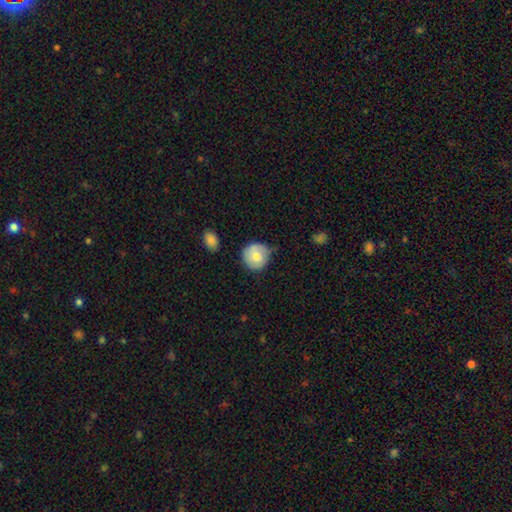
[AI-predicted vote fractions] Smooth or featured: smooth — 72% (featured or disk — 21%)
How rounded: round — 91% (in between — 8%)
Merging: none — 65% (minor disturbance — 28%)